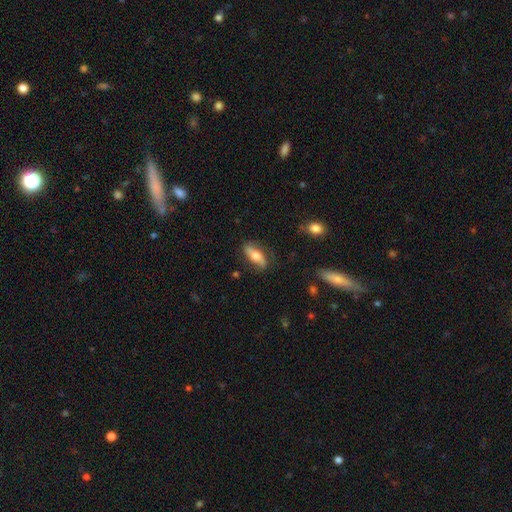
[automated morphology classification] Smooth or featured?
  - smooth: 56% *
  - featured or disk: 37%
  - star or artifact: 7%
How rounded?
  - in between: 71% *
  - cigar-shaped: 25%
  - round: 4%
Merging?
  - none: 72% *
  - minor disturbance: 20%
  - major disturbance: 6%
  - merger: 2%